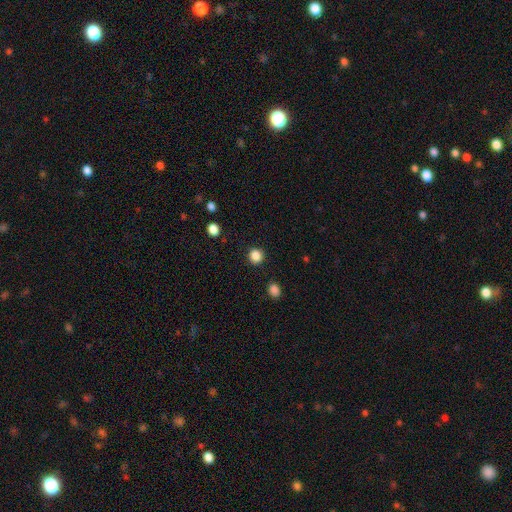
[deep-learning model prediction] A smooth galaxy with no disk features (86%) that is round (92%).

Vote fractions:
- Smooth or featured? smooth: 86% / star or artifact: 11% / featured or disk: 3%
- How rounded? round: 92% / in between: 7% / cigar-shaped: 1%
- Merging? none: 91% / minor disturbance: 5% / major disturbance: 2% / merger: 1%